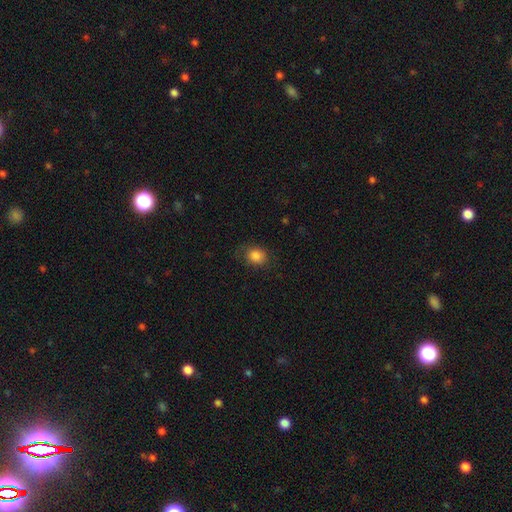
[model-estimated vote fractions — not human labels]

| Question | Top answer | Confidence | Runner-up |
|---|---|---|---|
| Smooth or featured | smooth | 85% | star or artifact (10%) |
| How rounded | round | 59% | in between (40%) |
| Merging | none | 75% | minor disturbance (17%) |